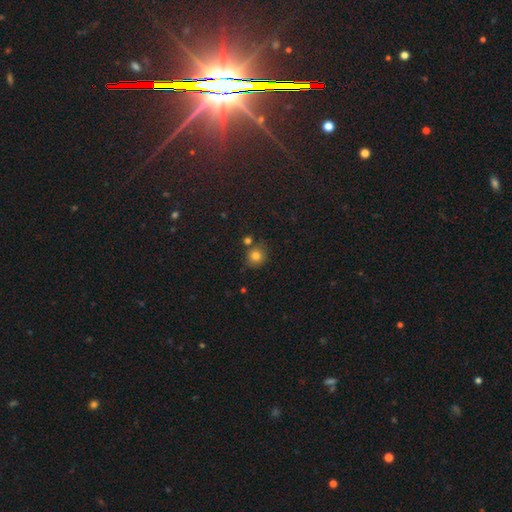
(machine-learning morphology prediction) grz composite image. It shows a smooth galaxy with no disk features (81%) that is round (84%). Merging: none (70%).